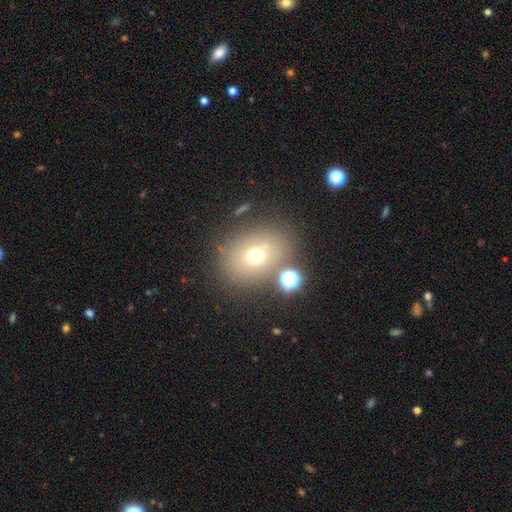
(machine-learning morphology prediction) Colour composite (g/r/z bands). It shows a smooth galaxy with no disk features (65%) that is in between round and cigar-shaped (50%). Merging: none (73%).